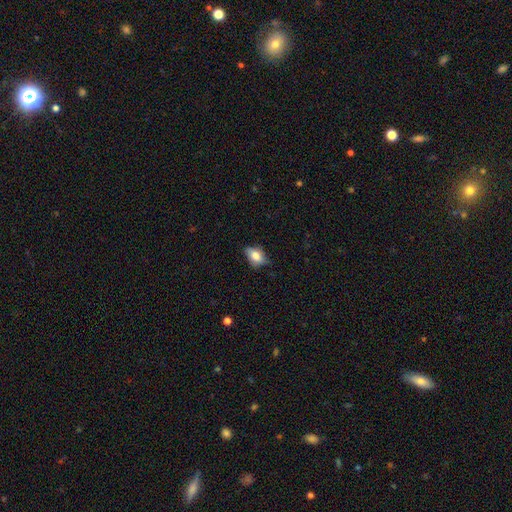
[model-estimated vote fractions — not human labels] This appears to be a smooth galaxy with no disk features (71%) that is in between round and cigar-shaped (81%). Merging: none (64%).